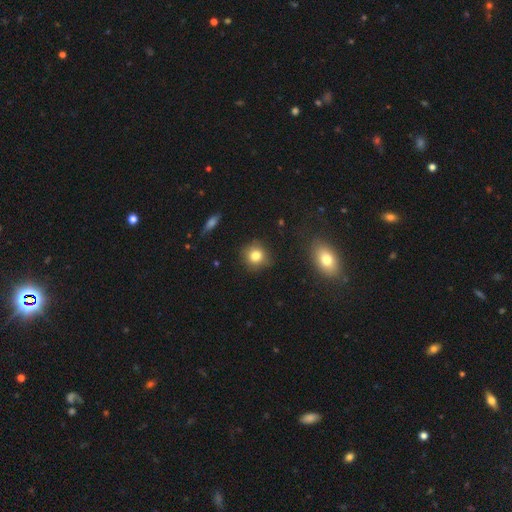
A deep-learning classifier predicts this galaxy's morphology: A smooth galaxy with no disk features (81%) that is round (87%).

Vote fractions:
- Smooth or featured? smooth: 81% / star or artifact: 11% / featured or disk: 8%
- How rounded? round: 87% / in between: 12% / cigar-shaped: 1%
- Merging? none: 81% / minor disturbance: 14% / major disturbance: 3% / merger: 2%